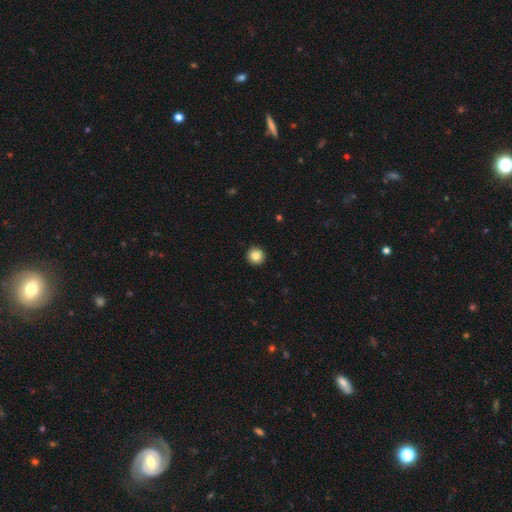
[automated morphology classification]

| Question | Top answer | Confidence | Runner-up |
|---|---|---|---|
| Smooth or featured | smooth | 84% | star or artifact (9%) |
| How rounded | round | 96% | in between (3%) |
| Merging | none | 94% | minor disturbance (4%) |